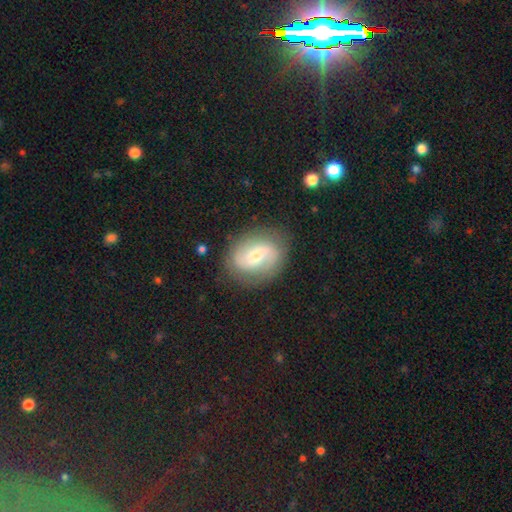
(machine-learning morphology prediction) Overall: featured or disk (69%). Edge-on disk: no (97%). Bar: weak (49%; strong 27%). Spiral arms: yes (87%). Spiral arm count: 2 (86%). Spiral winding: medium (43%; loose 35%). Bulge size: moderate (49%; small 45%). Merging: none (81%).